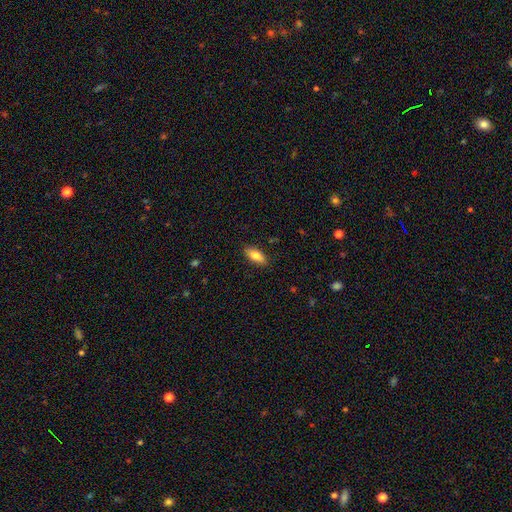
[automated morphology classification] Q: Smooth or featured?
A: smooth (79%); runner-up: featured or disk (14%)
Q: How rounded?
A: in between (81%); runner-up: cigar-shaped (17%)
Q: Merging?
A: none (86%); runner-up: minor disturbance (11%)